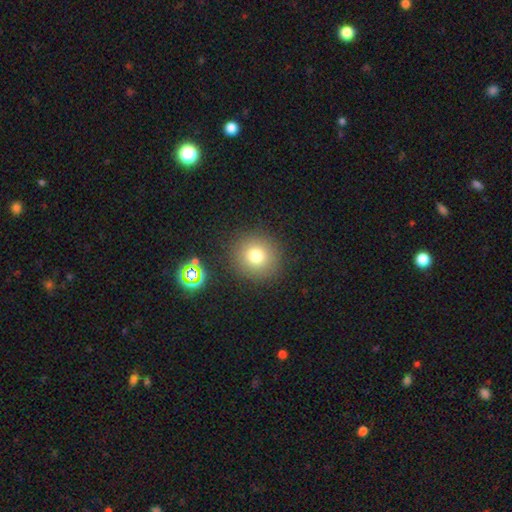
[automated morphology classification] Smooth or featured? Predicted: smooth (p=0.75). How rounded? Predicted: round (p=0.93). Merging? Predicted: none (p=0.88).